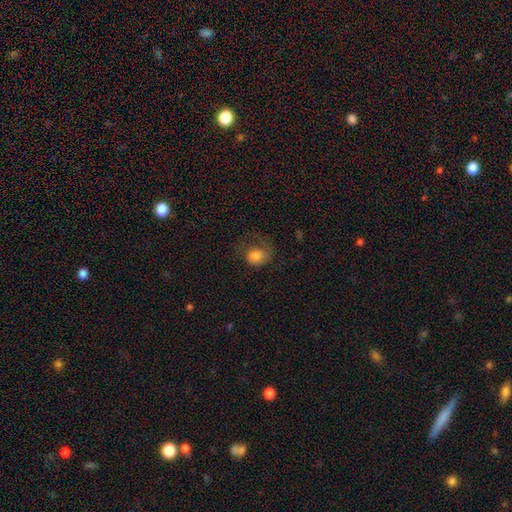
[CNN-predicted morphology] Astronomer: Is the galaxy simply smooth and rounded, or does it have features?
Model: smooth — 72%.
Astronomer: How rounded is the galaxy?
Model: round — 60% (runner-up: in between, 39%).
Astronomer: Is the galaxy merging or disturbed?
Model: major disturbance — 42% (runner-up: none, 33%).